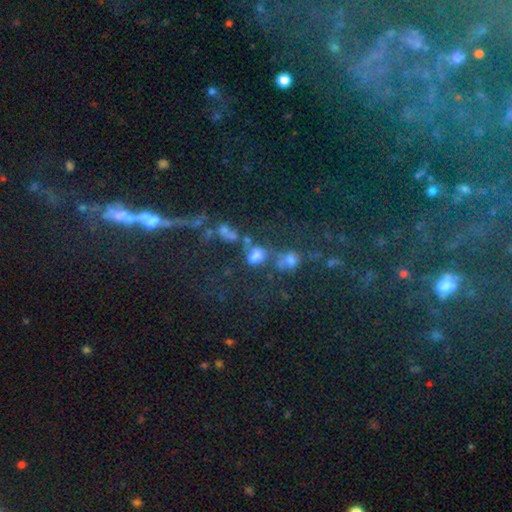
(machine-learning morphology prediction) Smooth or featured? Predicted: smooth (p=0.59). How rounded? Predicted: in between (p=0.65). Merging? Predicted: none (p=0.36).